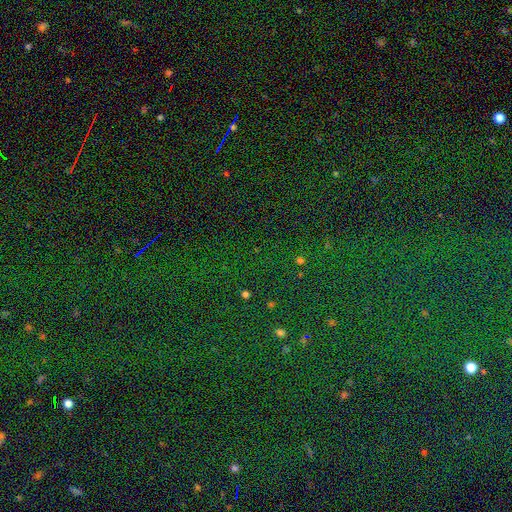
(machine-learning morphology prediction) Smooth or featured?
  - star or artifact: 84% *
  - smooth: 9%
  - featured or disk: 7%